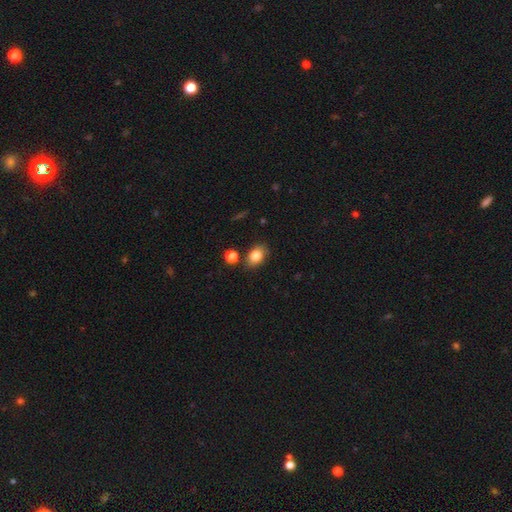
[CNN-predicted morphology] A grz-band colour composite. It shows a smooth galaxy with no disk features (82%) that is in between round and cigar-shaped (74%). Merging: none (81%).